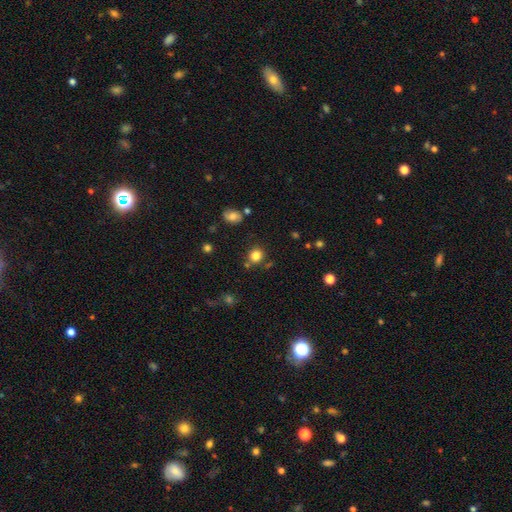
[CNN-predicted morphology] A smooth galaxy with no disk features (82%) that is round (83%).

Vote fractions:
- Smooth or featured? smooth: 82% / star or artifact: 13% / featured or disk: 5%
- How rounded? round: 83% / in between: 16% / cigar-shaped: 1%
- Merging? none: 80% / minor disturbance: 10% / merger: 7% / major disturbance: 3%